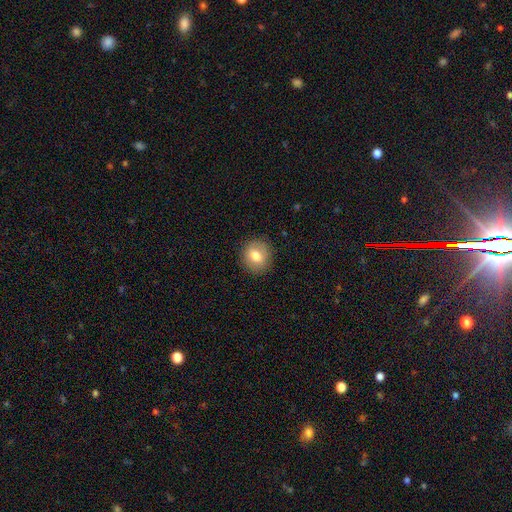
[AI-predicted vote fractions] Smooth or featured? Predicted: smooth (p=0.77). How rounded? Predicted: round (p=0.84). Merging? Predicted: none (p=0.89).